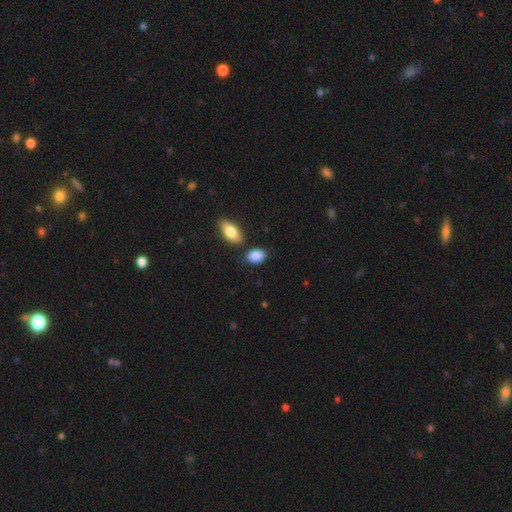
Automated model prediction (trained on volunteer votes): Smooth or featured: smooth — 87% (star or artifact — 7%)
How rounded: in between — 84% (round — 14%)
Merging: none — 71% (minor disturbance — 15%)